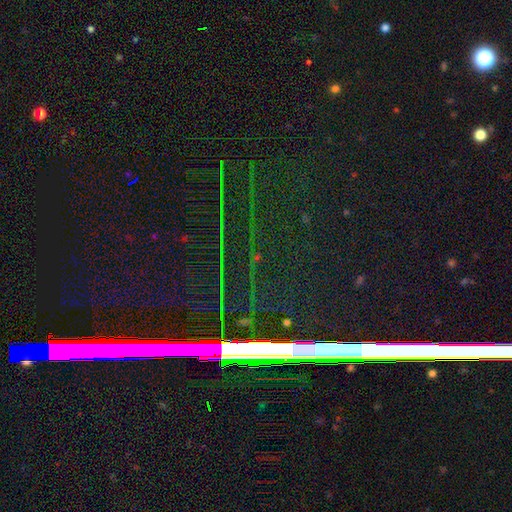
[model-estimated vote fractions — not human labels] smooth-or-featured: star or artifact: 82% | featured or disk: 9% | smooth: 9%